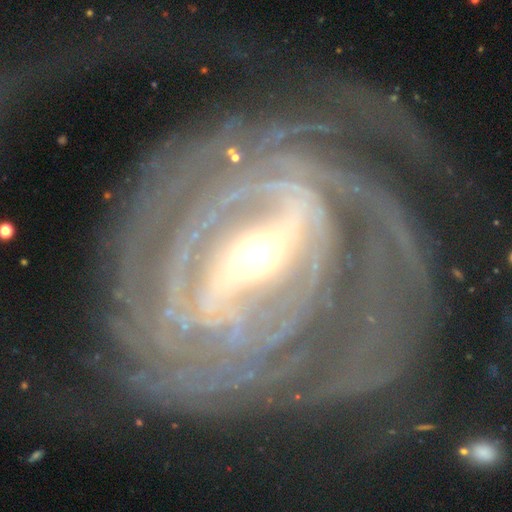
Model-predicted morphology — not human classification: smooth_or_featured: featured or disk (p=0.92) [alt: star or artifact p=0.04]
disk_edge_on: no (p=0.94) [alt: yes p=0.06]
bar: strong (p=0.76) [alt: weak p=0.17]
has_spiral_arms: yes (p=0.96) [alt: no p=0.04]
spiral_winding: tight (p=0.72) [alt: medium p=0.20]
spiral_arm_count: can't tell (p=0.22) [alt: 2 p=0.21]
bulge_size: moderate (p=0.53) [alt: small p=0.38]
merging: none (p=0.69) [alt: minor disturbance p=0.15]